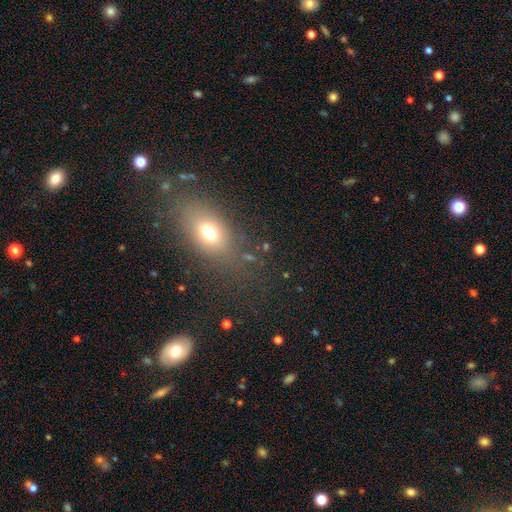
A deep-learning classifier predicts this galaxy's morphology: smooth_or_featured: smooth (p=0.62) [alt: star or artifact p=0.23]
how_rounded: in between (p=0.69) [alt: round p=0.24]
merging: none (p=0.77) [alt: minor disturbance p=0.12]